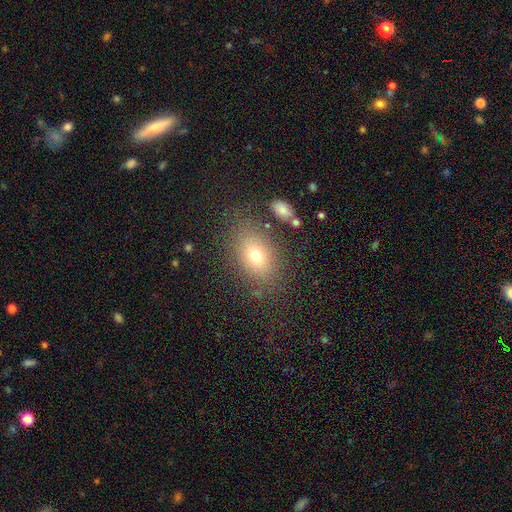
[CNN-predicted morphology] smooth 72%, featured or disk 16%, star or artifact 13%. Down the decision tree: how rounded — in between (81%); merging — none (78%).